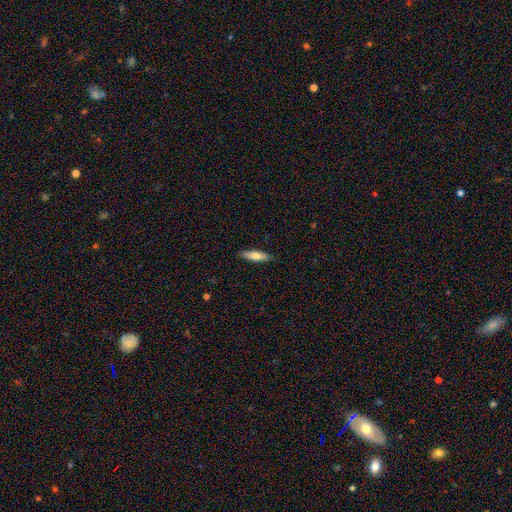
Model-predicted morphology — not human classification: smooth_or_featured: smooth (p=0.73) [alt: featured or disk p=0.21]
how_rounded: cigar-shaped (p=0.63) [alt: in between p=0.36]
merging: none (p=0.88) [alt: minor disturbance p=0.09]